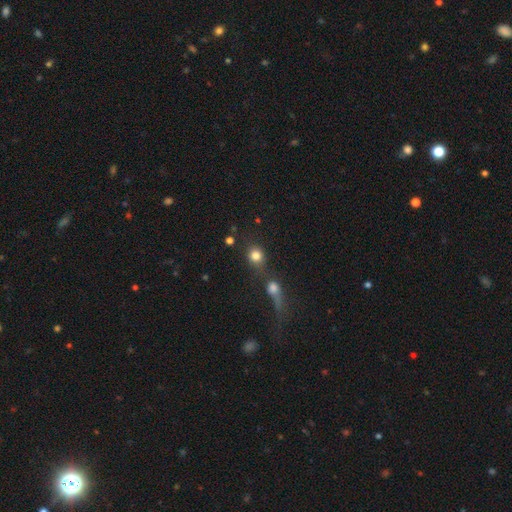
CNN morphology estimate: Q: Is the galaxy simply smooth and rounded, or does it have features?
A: smooth — 80%.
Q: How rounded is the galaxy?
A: round — 80%.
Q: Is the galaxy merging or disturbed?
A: none — 50%.